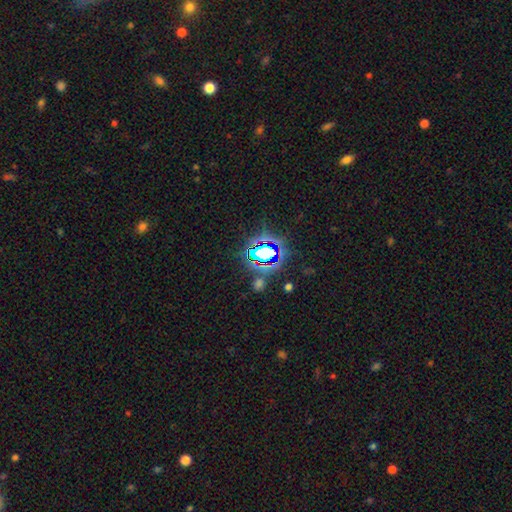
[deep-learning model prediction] The model was most divided on "smooth or featured": star or artifact: 77%, smooth: 15%, featured or disk: 8%.